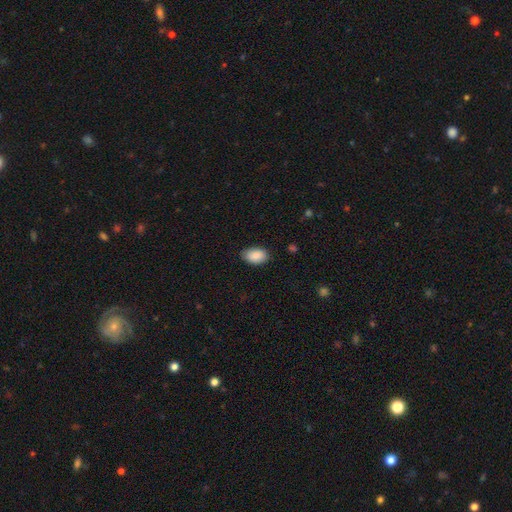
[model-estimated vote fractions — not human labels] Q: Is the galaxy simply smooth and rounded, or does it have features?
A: smooth — 89%.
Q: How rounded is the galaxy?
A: in between — 91%.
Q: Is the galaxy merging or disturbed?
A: none — 82%.